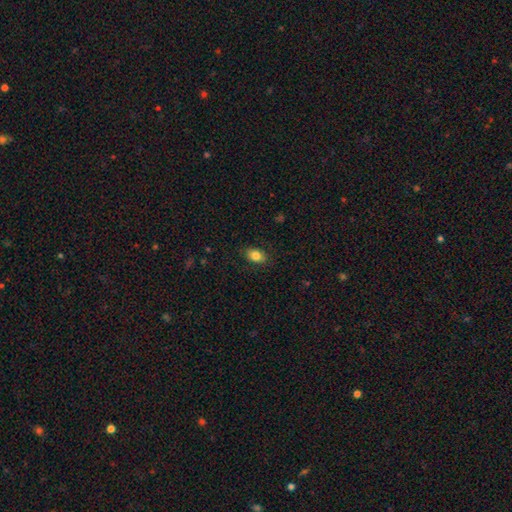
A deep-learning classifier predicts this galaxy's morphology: Overall: smooth (84%). How rounded: in between (82%). Merging: none (85%).